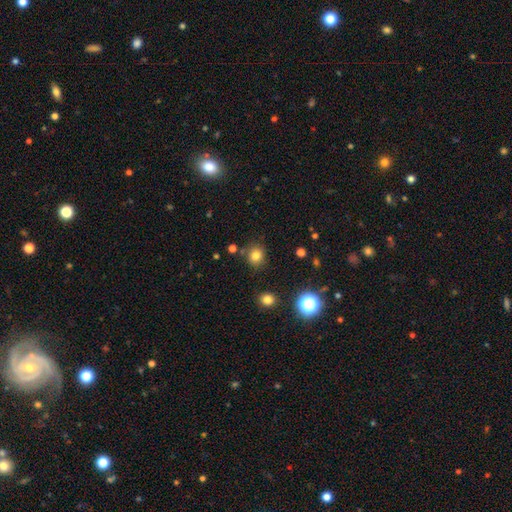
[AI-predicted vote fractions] Overall: smooth (79%). How rounded: round (84%). Merging: none (82%).